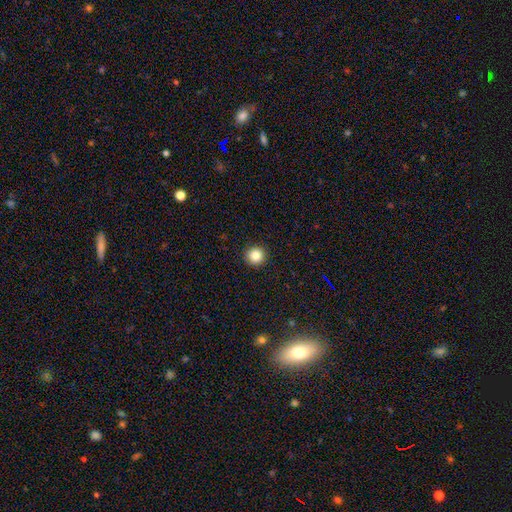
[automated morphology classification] type=smooth (85%); roundness=round (94%); merging=none (93%).